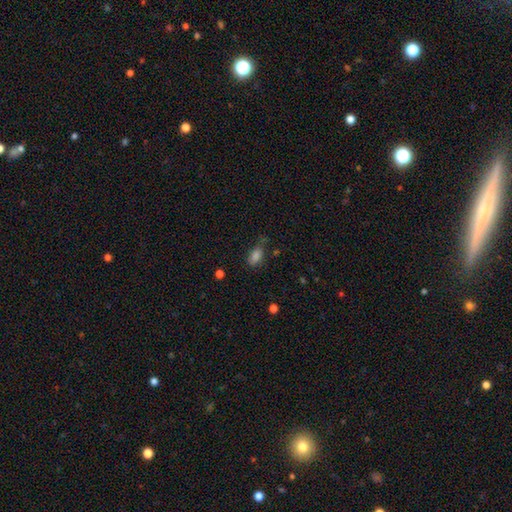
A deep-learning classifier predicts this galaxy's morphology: smooth 80%, star or artifact 13%, featured or disk 7%. Down the decision tree: how rounded — in between (87%); merging — none (62%).